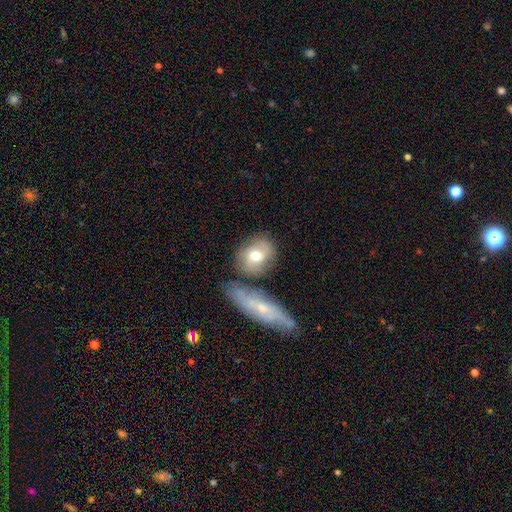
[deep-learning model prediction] This appears to be a smooth galaxy with no disk features (62%) that is round (52%). Merging: none (62%).